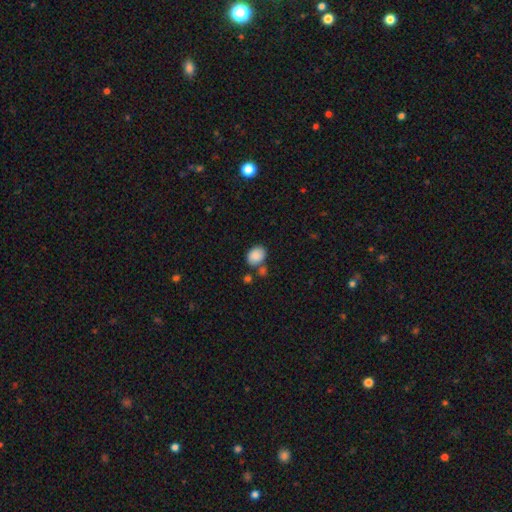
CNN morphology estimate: This appears to be a smooth galaxy with no disk features (86%) that is in between round and cigar-shaped (65%). Merging: none (63%).